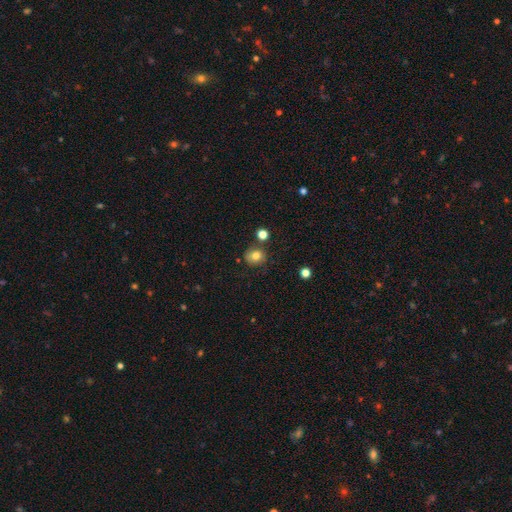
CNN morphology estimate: Overall: smooth (78%). How rounded: round (77%). Merging: none (77%).